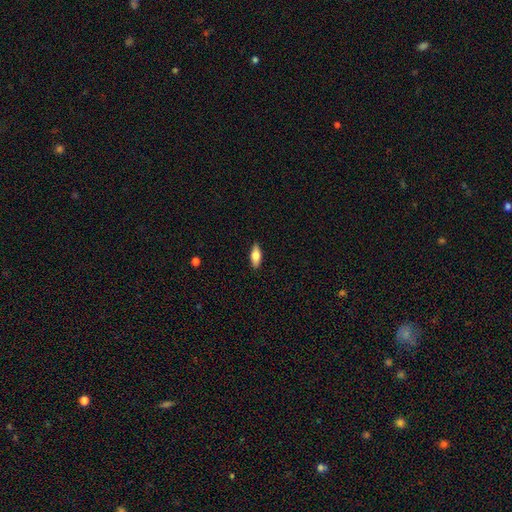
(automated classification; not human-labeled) Smooth or featured? smooth (72%)
How rounded? in between (76%)
Merging? none (89%)